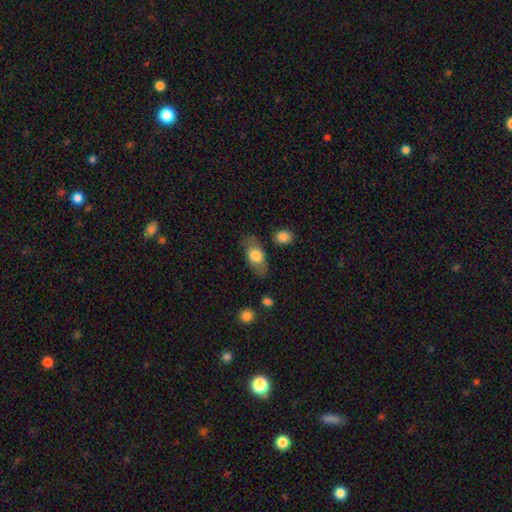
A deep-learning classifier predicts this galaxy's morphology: smooth_or_featured: smooth (p=0.67) [alt: featured or disk p=0.27]
how_rounded: in between (p=0.81) [alt: cigar-shaped p=0.11]
merging: none (p=0.75) [alt: minor disturbance p=0.16]